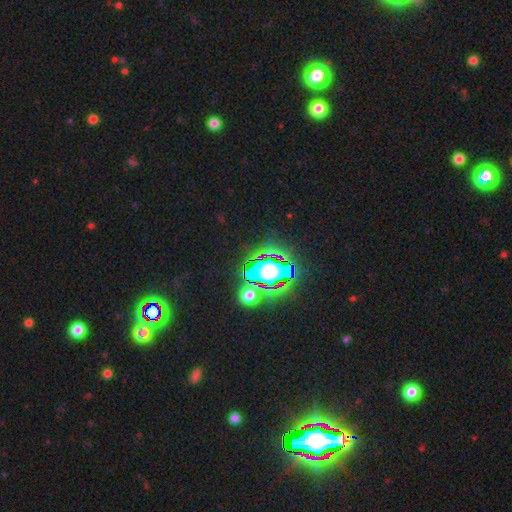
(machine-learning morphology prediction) Overall: star or artifact (75%).